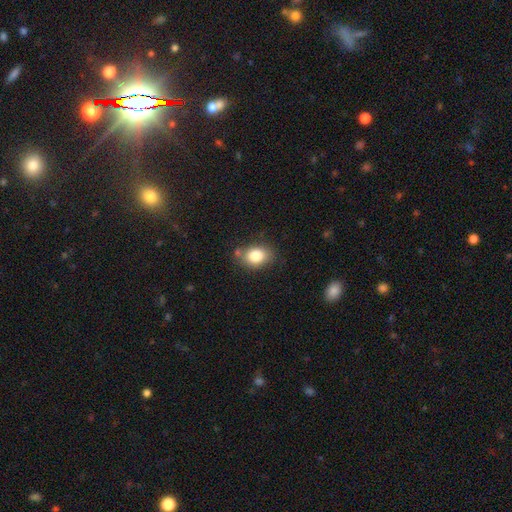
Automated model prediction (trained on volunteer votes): A smooth galaxy with no disk features (83%) that is in between round and cigar-shaped (69%).

Vote fractions:
- Smooth or featured? smooth: 83% / star or artifact: 9% / featured or disk: 8%
- How rounded? in between: 69% / round: 30% / cigar-shaped: 1%
- Merging? none: 73% / minor disturbance: 17% / merger: 6% / major disturbance: 4%